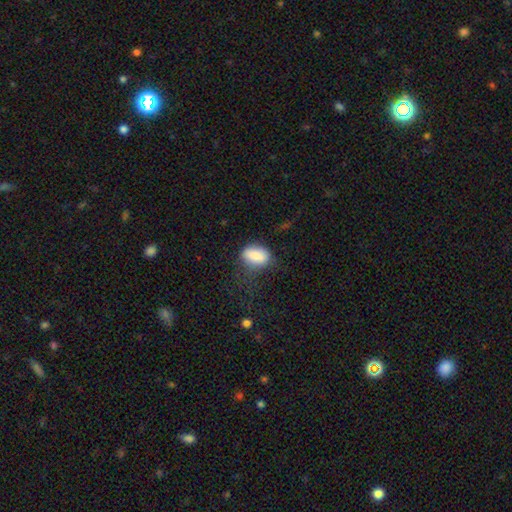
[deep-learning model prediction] Smooth or featured?
  - smooth: 81% *
  - featured or disk: 12%
  - star or artifact: 8%
How rounded?
  - in between: 81% *
  - round: 16%
  - cigar-shaped: 3%
Merging?
  - none: 58% *
  - minor disturbance: 26%
  - major disturbance: 14%
  - merger: 2%